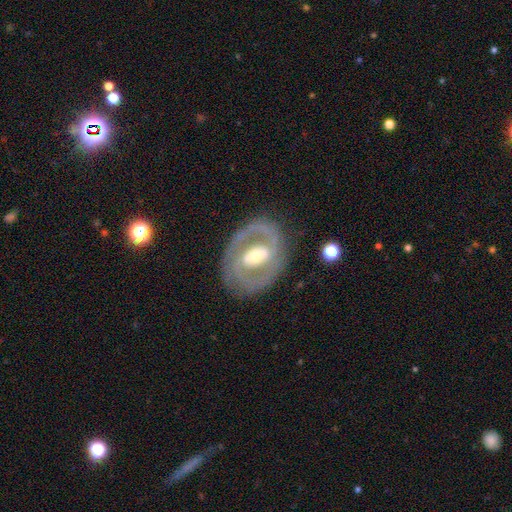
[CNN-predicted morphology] A featured or disk galaxy (86%) with a weak bar (40%), 2 (82%) tight (48%) spiral arms (88%) and a moderate central bulge (55%). Merging: none (79%).